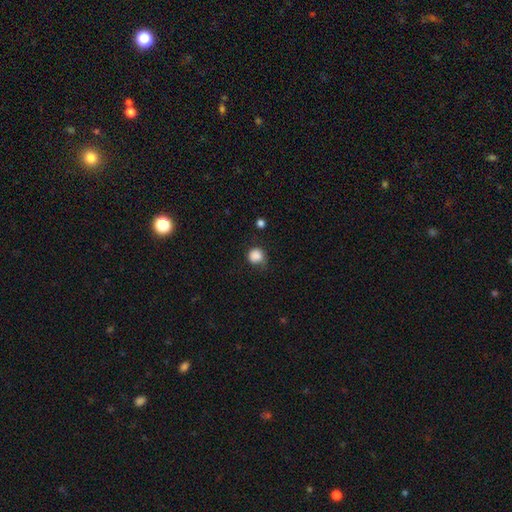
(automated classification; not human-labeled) smooth_or_featured: smooth (p=0.86) [alt: star or artifact p=0.10]
how_rounded: round (p=0.87) [alt: in between p=0.12]
merging: none (p=0.61) [alt: minor disturbance p=0.27]